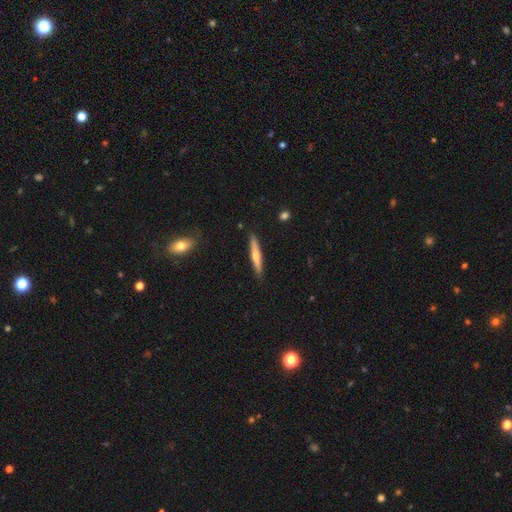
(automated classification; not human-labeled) The model was most divided on "smooth or featured": featured or disk: 51%, smooth: 43%, star or artifact: 6%. More confident: edge-on disk — yes (96%); merging — none (90%).